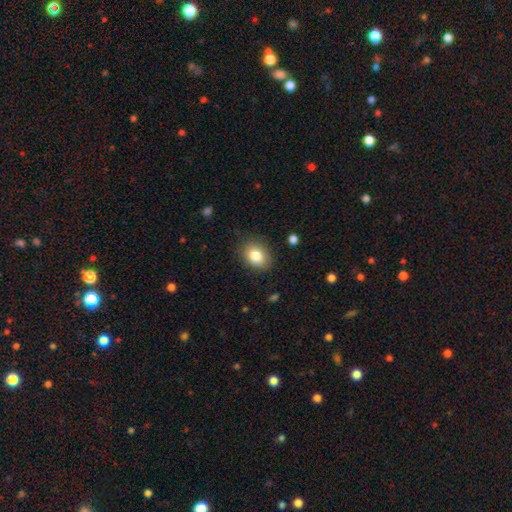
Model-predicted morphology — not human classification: The model was most divided on "how rounded": in between: 60%, round: 39%, cigar-shaped: 1%. More confident: smooth or featured — smooth (84%); merging — none (84%).